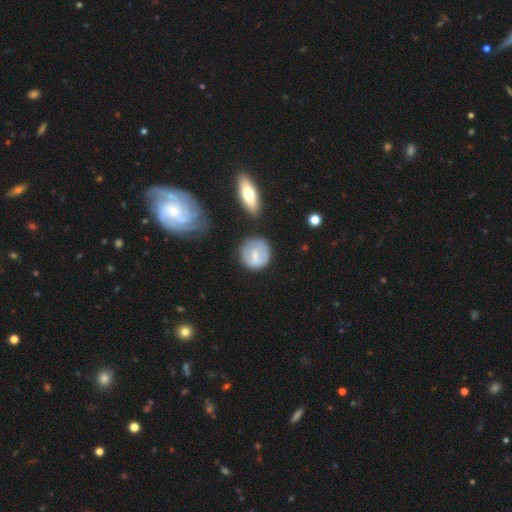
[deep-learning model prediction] Smooth or featured?
  - smooth: 53% *
  - featured or disk: 41%
  - star or artifact: 6%
How rounded?
  - round: 88% *
  - in between: 11%
  - cigar-shaped: 1%
Merging?
  - none: 71% *
  - minor disturbance: 18%
  - major disturbance: 6%
  - merger: 4%